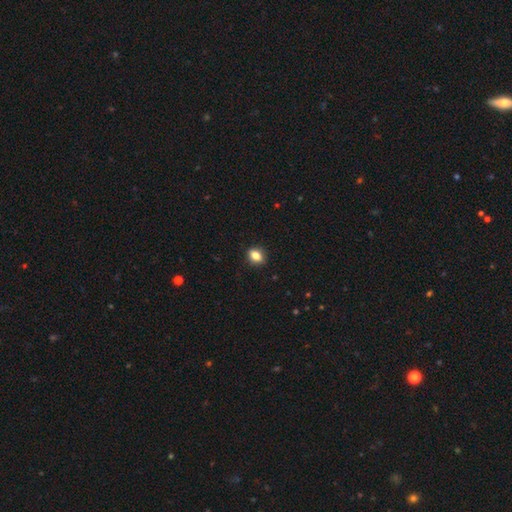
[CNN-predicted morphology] This appears to be a smooth galaxy with no disk features (82%) that is in between round and cigar-shaped (63%). Merging: none (89%).